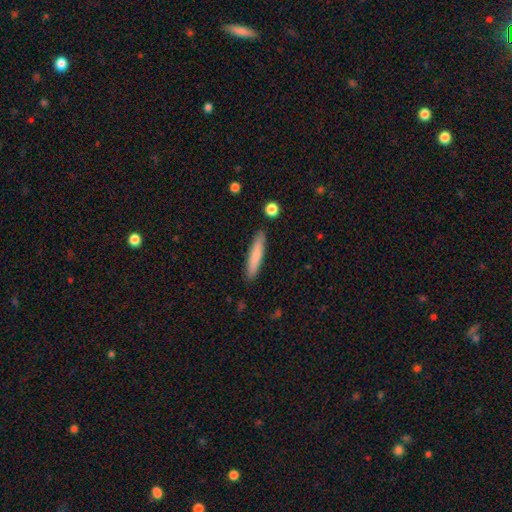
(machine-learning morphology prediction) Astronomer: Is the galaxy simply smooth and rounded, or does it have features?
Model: smooth — 77%.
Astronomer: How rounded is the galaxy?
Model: cigar-shaped — 90%.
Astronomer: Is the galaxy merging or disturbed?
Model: none — 89%.